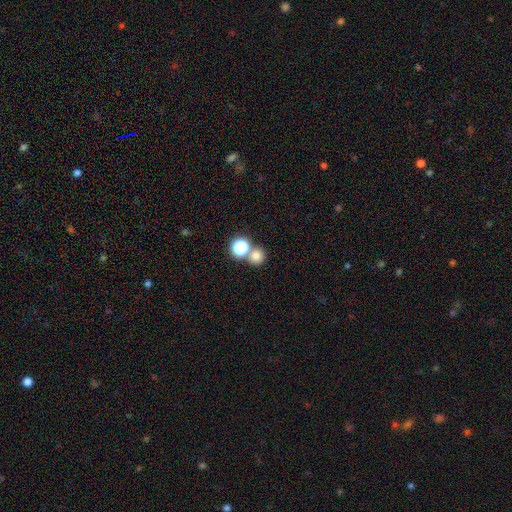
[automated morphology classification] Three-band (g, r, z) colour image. It shows a smooth galaxy with no disk features (75%) that is round (89%). Merging: none (62%).